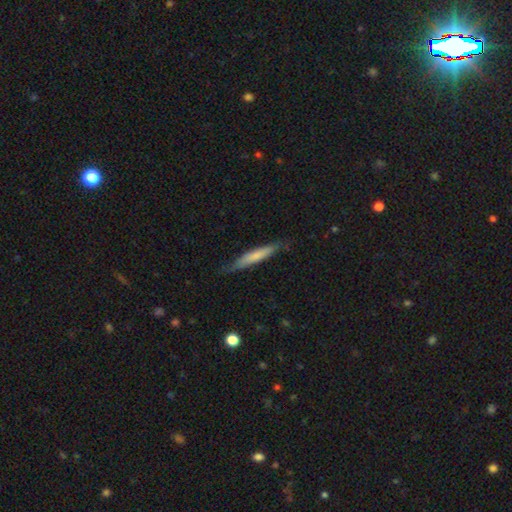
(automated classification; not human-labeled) smooth_or_featured: smooth (p=0.65) [alt: featured or disk p=0.30]
how_rounded: cigar-shaped (p=0.93) [alt: in between p=0.06]
merging: none (p=0.79) [alt: minor disturbance p=0.17]